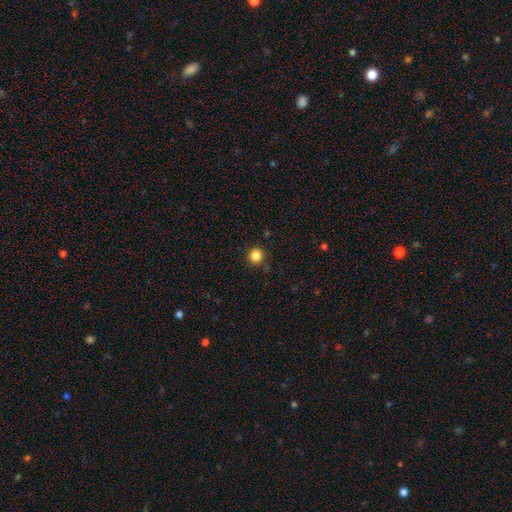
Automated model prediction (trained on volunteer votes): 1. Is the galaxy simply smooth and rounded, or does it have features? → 84% smooth, 12% star or artifact, 3% featured or disk.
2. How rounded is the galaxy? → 94% round, 5% in between, 1% cigar-shaped.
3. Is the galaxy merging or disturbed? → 89% none, 8% minor disturbance, 2% major disturbance, 1% merger.